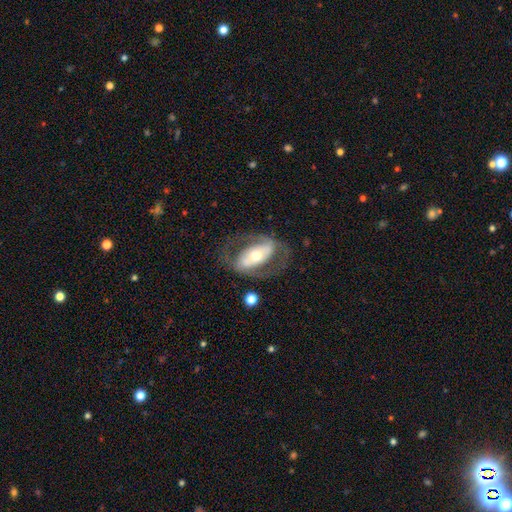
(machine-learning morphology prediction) type=featured or disk (75%); edge-on=no (92%); bar=strong (46%); spiral arms=yes (61%); bulge=moderate (60%); merging=none (66%).